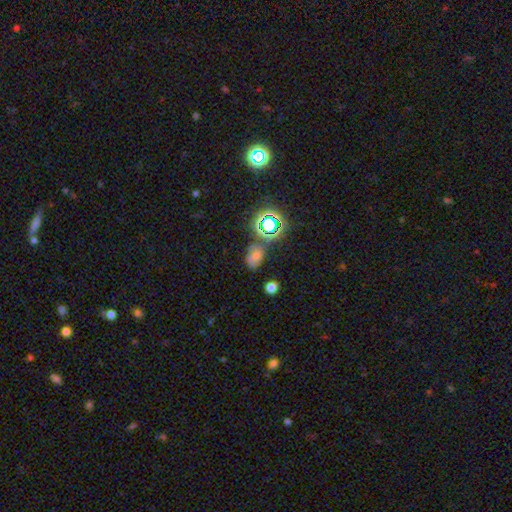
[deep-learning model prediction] Morphology: type=star or artifact (42%).